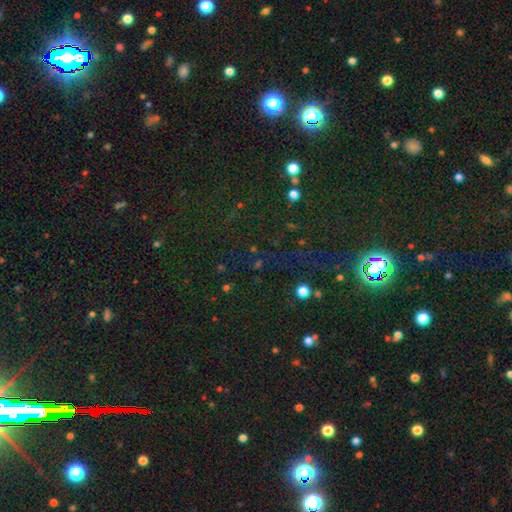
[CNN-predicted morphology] This is likely a star or artifact rather than a galaxy (79%).